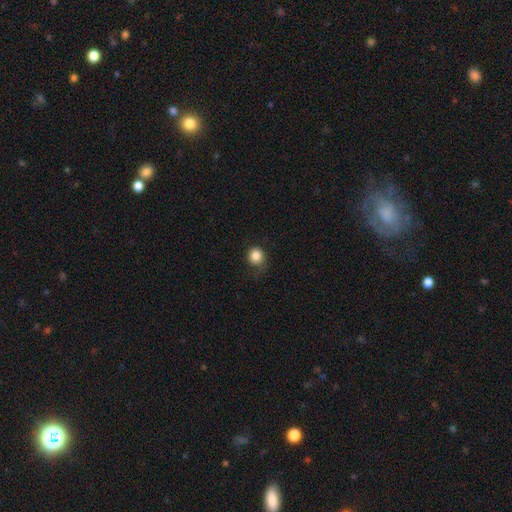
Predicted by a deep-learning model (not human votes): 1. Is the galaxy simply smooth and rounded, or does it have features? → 84% smooth, 10% star or artifact, 6% featured or disk.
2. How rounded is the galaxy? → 85% round, 14% in between, 1% cigar-shaped.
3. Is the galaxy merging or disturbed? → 62% none, 24% minor disturbance, 12% major disturbance, 2% merger.